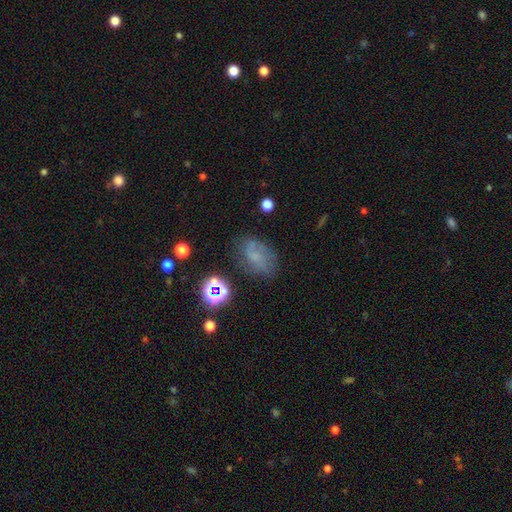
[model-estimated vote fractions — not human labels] featured or disk 41%, smooth 40%, star or artifact 18%. Down the decision tree: merging — none (63%).